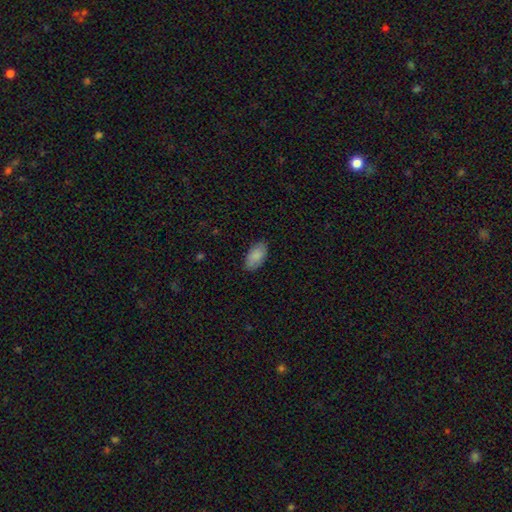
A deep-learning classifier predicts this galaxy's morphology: Smooth or featured? Predicted: smooth (p=0.86). How rounded? Predicted: in between (p=0.95). Merging? Predicted: none (p=0.84).